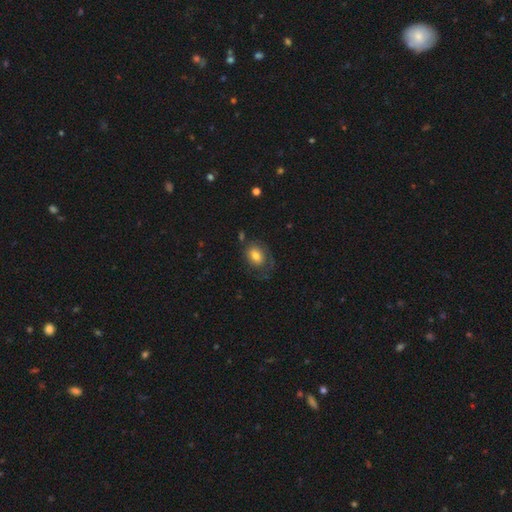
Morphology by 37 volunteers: Smooth or featured: smooth — 84% (featured or disk — 11%)
How rounded: in between — 81% (round — 19%)
Merging: none — 51% (major disturbance — 31%)